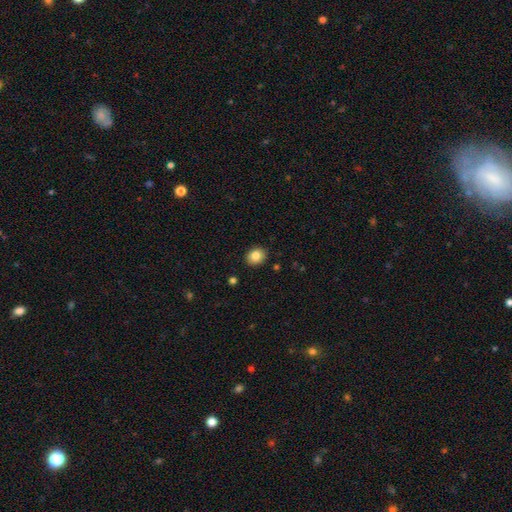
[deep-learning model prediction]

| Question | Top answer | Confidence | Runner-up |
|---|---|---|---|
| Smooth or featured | smooth | 83% | star or artifact (9%) |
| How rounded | round | 65% | in between (34%) |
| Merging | none | 90% | minor disturbance (7%) |